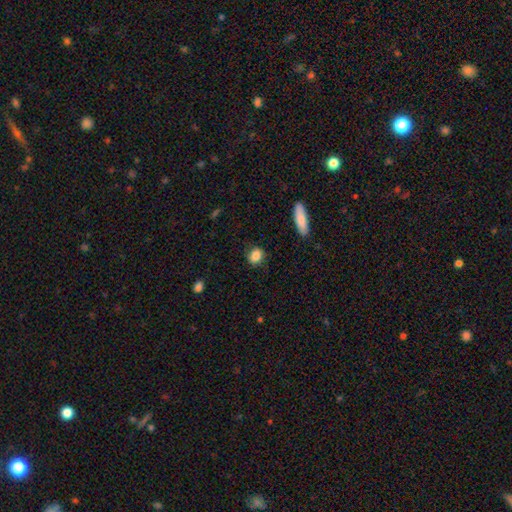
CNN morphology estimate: Smooth or featured? smooth (86%)
How rounded? in between (52%)
Merging? none (82%)